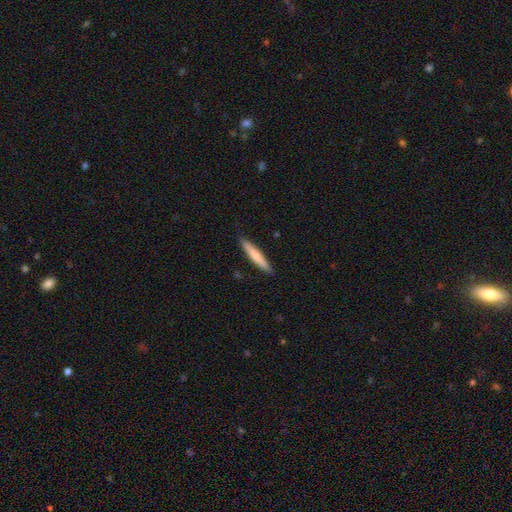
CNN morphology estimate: Smooth or featured? smooth (71%)
How rounded? cigar-shaped (93%)
Merging? none (90%)